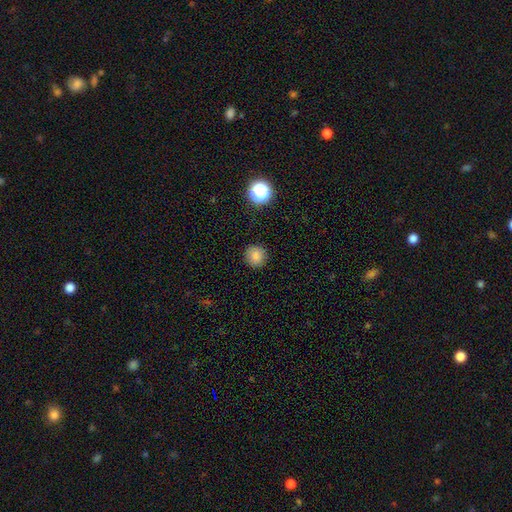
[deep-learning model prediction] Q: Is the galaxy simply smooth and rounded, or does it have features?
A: smooth — 83%.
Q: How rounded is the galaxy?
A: round — 92%.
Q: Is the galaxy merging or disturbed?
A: none — 90%.